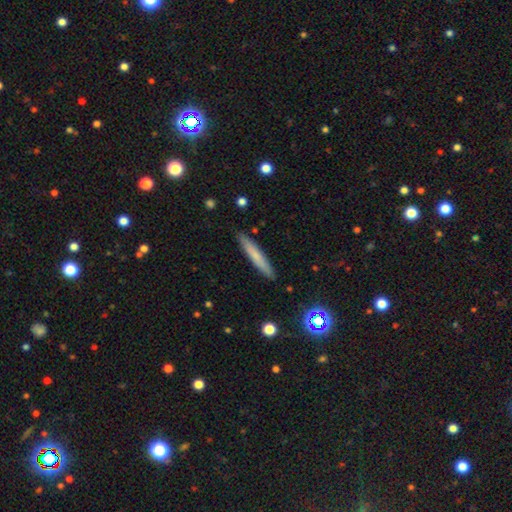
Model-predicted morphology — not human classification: Q: Smooth or featured?
A: smooth (70%); runner-up: featured or disk (23%)
Q: How rounded?
A: cigar-shaped (95%); runner-up: in between (4%)
Q: Merging?
A: none (90%); runner-up: minor disturbance (7%)